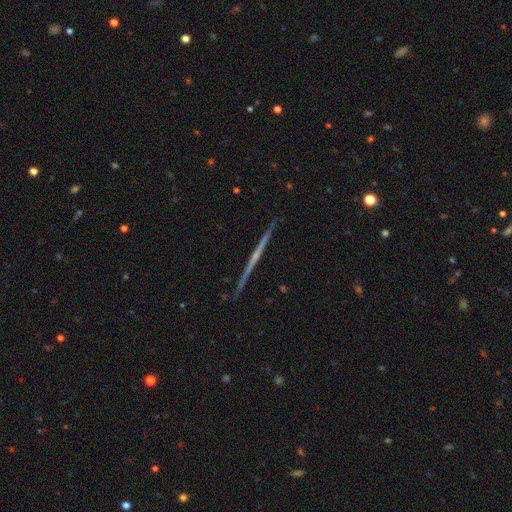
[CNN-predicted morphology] Overall: featured or disk (78%). Edge-on disk: yes (98%). Edge-on bulge: none (62%; rounded 31%). Merging: none (92%).